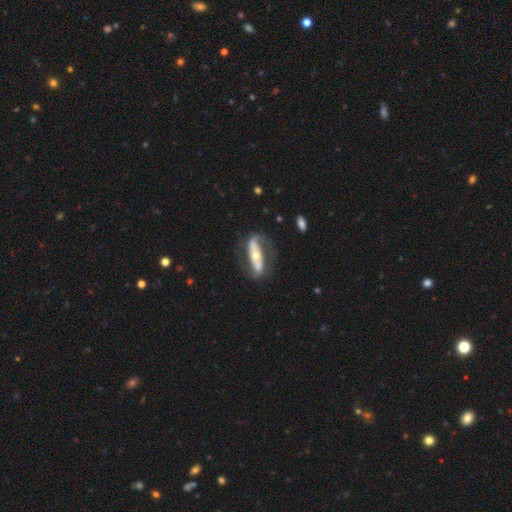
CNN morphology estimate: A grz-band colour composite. It shows a featured or disk galaxy (78%) with a strong bar (57%), 2 (83%) medium (40%) spiral arms (82%) and a moderate central bulge (58%). Merging: none (66%).